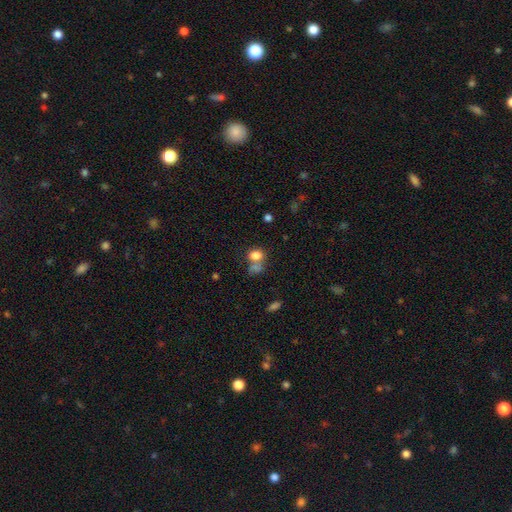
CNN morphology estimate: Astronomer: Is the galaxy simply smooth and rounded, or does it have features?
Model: smooth — 79%.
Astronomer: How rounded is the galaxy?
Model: in between — 54% (runner-up: round, 44%).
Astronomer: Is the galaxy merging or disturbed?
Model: merger — 43% (runner-up: none, 38%).